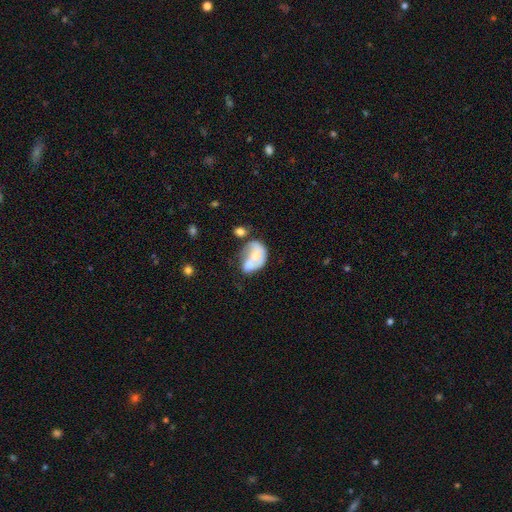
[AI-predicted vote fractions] smooth-or-featured: featured or disk: 49% | smooth: 44% | star or artifact: 7%
  merging: major disturbance: 27% | minor disturbance: 26% | none: 25% | merger: 22%